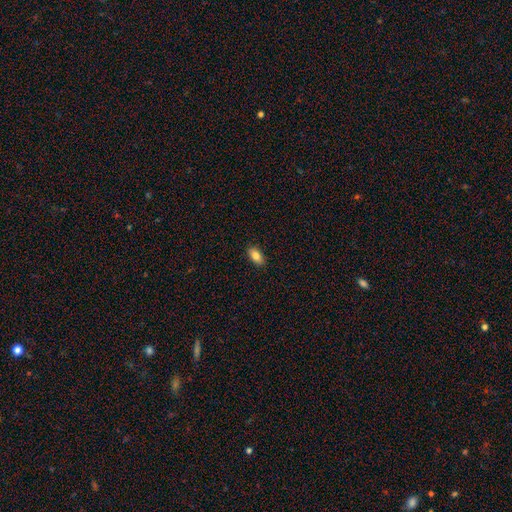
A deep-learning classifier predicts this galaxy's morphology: smooth-or-featured: smooth: 84% | featured or disk: 9% | star or artifact: 8%
  how-rounded: in between: 90% | cigar-shaped: 6% | round: 4%
  merging: none: 89% | minor disturbance: 8% | major disturbance: 2% | merger: 1%